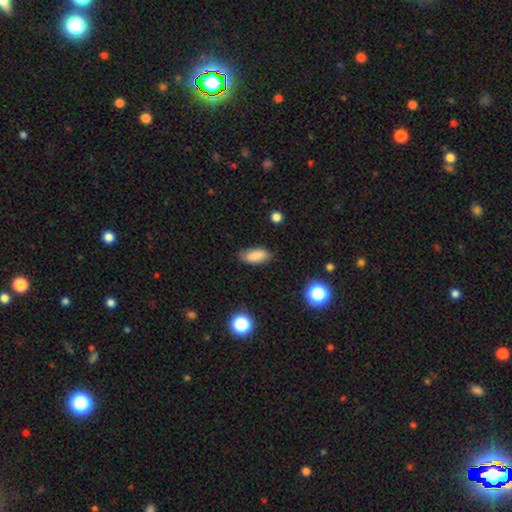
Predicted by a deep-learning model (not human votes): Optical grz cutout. It shows a smooth galaxy with no disk features (86%) that is in between round and cigar-shaped (87%). Merging: none (82%).